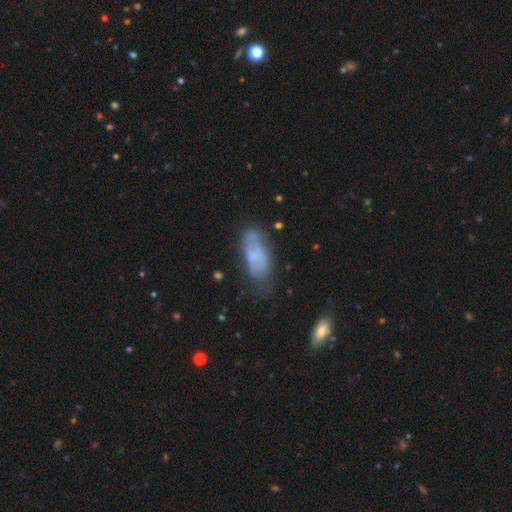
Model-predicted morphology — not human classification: The model was most divided on "merging": none: 50%, minor disturbance: 30%, major disturbance: 16%, merger: 5%. More confident: how rounded — in between (82%); smooth or featured — smooth (57%).